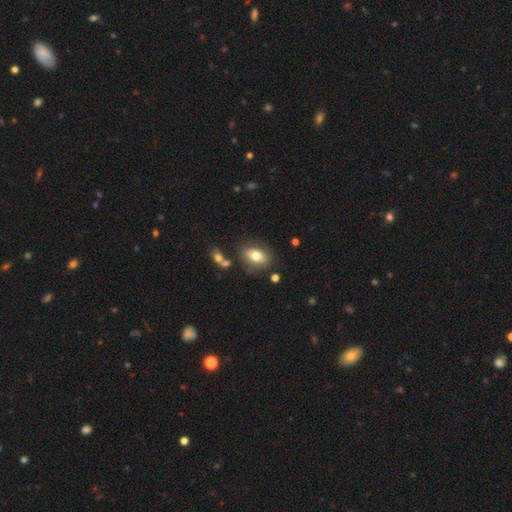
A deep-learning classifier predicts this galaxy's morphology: smooth_or_featured: smooth (p=0.74) [alt: featured or disk p=0.17]
how_rounded: in between (p=0.77) [alt: round p=0.21]
merging: none (p=0.75) [alt: minor disturbance p=0.14]